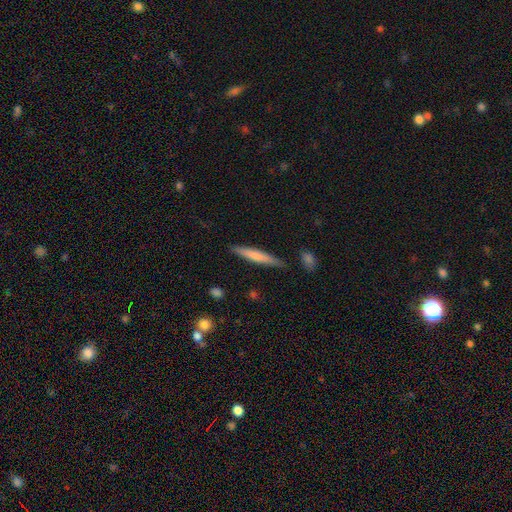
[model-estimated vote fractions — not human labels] smooth_or_featured: smooth (p=0.67) [alt: featured or disk p=0.28]
how_rounded: cigar-shaped (p=0.93) [alt: in between p=0.06]
merging: none (p=0.85) [alt: minor disturbance p=0.11]